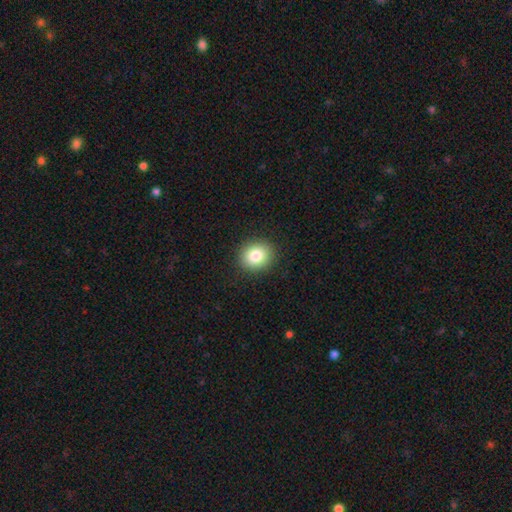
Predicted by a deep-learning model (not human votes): Overall: smooth (83%). How rounded: round (73%). Merging: none (90%).